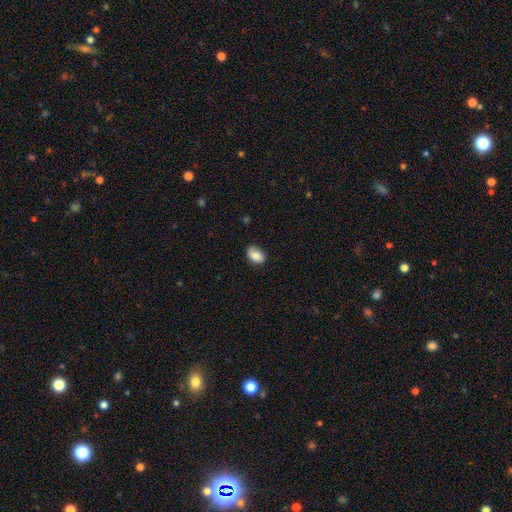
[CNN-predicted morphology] This is clearly a smooth galaxy (83%). How rounded: clearly in between (86%). Merging: likely none (76%).